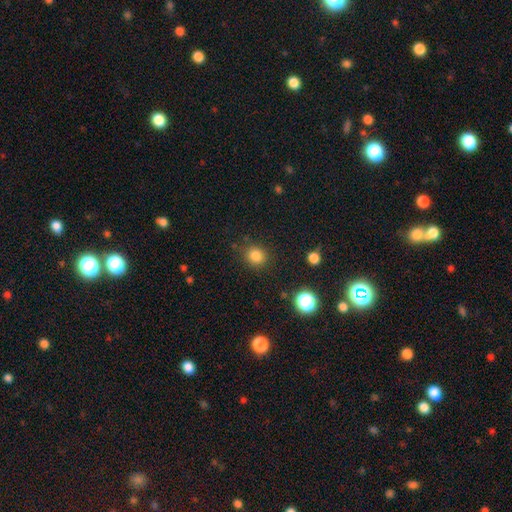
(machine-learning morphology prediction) smooth-or-featured: smooth: 83% | star or artifact: 13% | featured or disk: 4%
  how-rounded: round: 80% | in between: 19% | cigar-shaped: 1%
  merging: none: 85% | minor disturbance: 10% | major disturbance: 3% | merger: 2%